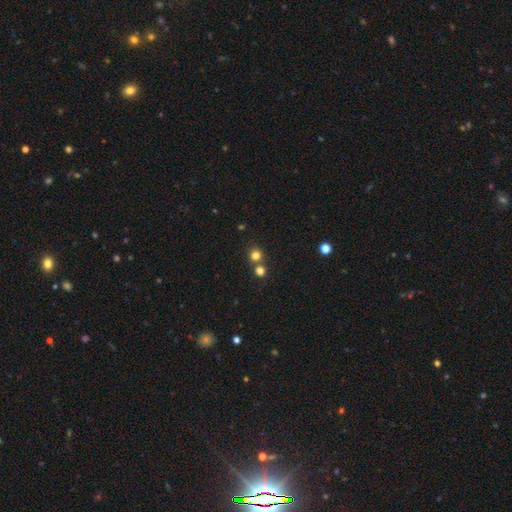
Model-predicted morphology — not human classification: Q: Smooth or featured?
A: smooth (77%); runner-up: star or artifact (16%)
Q: How rounded?
A: round (88%); runner-up: in between (11%)
Q: Merging?
A: none (65%); runner-up: merger (26%)